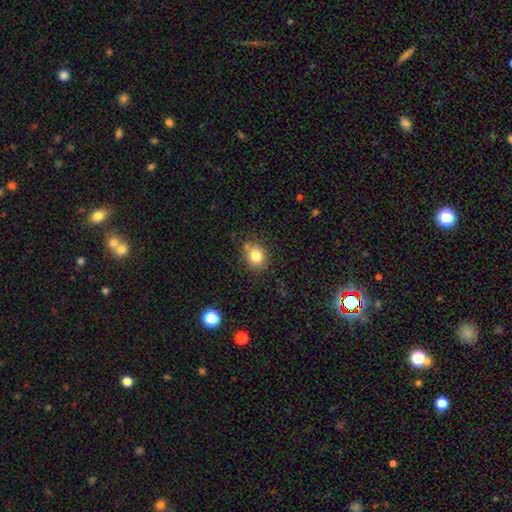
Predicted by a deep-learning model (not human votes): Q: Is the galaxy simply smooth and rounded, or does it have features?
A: smooth — 81%.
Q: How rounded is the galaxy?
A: round — 60%.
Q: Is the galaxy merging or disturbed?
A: none — 77%.